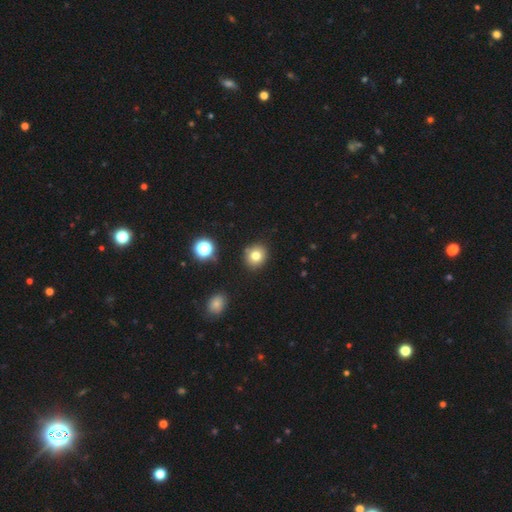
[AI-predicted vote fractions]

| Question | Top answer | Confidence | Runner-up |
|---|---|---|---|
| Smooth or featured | smooth | 78% | star or artifact (13%) |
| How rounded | round | 81% | in between (18%) |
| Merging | none | 87% | minor disturbance (8%) |